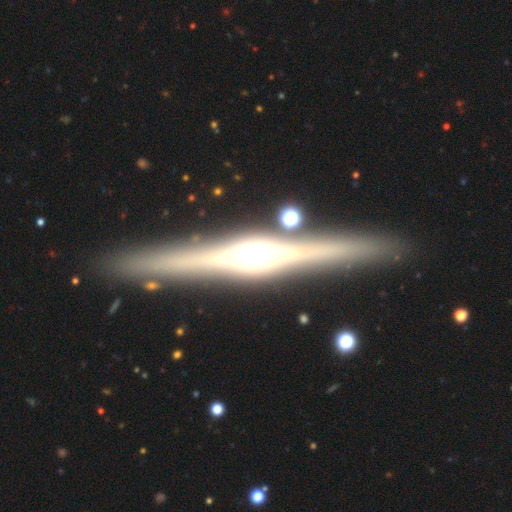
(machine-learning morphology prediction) Q: Smooth or featured?
A: featured or disk (82%); runner-up: smooth (11%)
Q: Edge-on disk?
A: yes (98%); runner-up: no (2%)
Q: Edge-on bulge?
A: rounded (79%); runner-up: boxy (15%)
Q: Merging?
A: none (90%); runner-up: minor disturbance (7%)